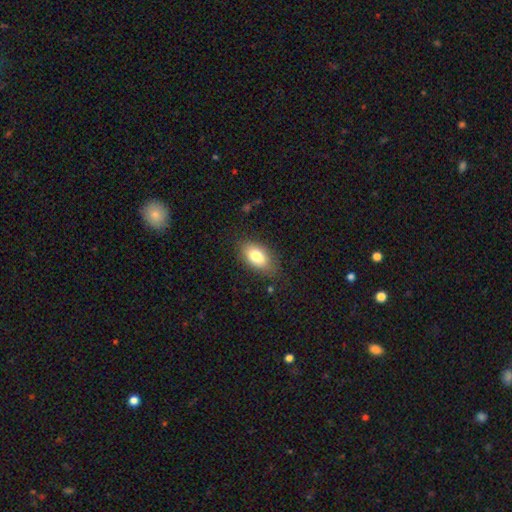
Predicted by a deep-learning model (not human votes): Q: Smooth or featured?
A: smooth (78%); runner-up: featured or disk (14%)
Q: How rounded?
A: in between (90%); runner-up: round (7%)
Q: Merging?
A: none (78%); runner-up: minor disturbance (16%)